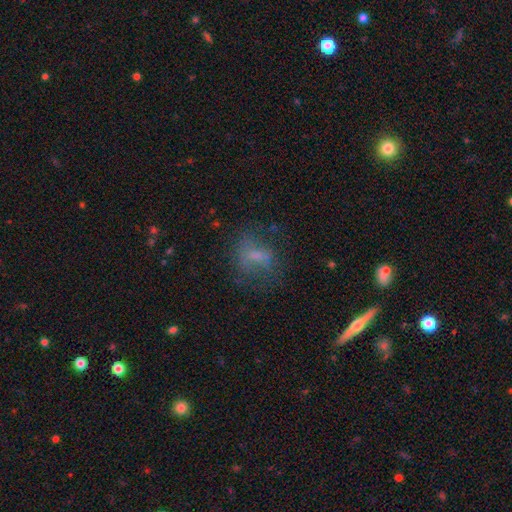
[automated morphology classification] Smooth or featured?
  - smooth: 47% *
  - featured or disk: 35%
  - star or artifact: 17%
Merging?
  - none: 56% *
  - minor disturbance: 21%
  - major disturbance: 21%
  - merger: 3%